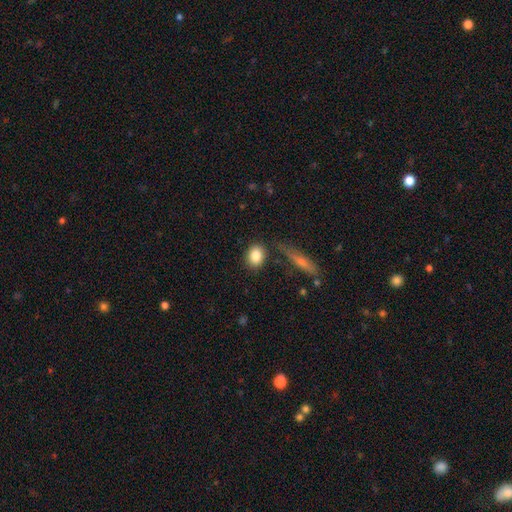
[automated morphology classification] smooth 83%, featured or disk 9%, star or artifact 8%. Down the decision tree: how rounded — round (49%); merging — none (80%).